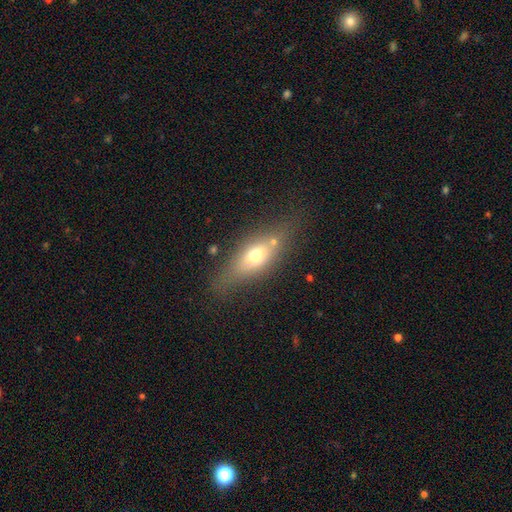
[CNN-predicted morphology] Q: Smooth or featured?
A: smooth (56%); runner-up: featured or disk (33%)
Q: How rounded?
A: in between (63%); runner-up: cigar-shaped (29%)
Q: Merging?
A: none (67%); runner-up: minor disturbance (19%)